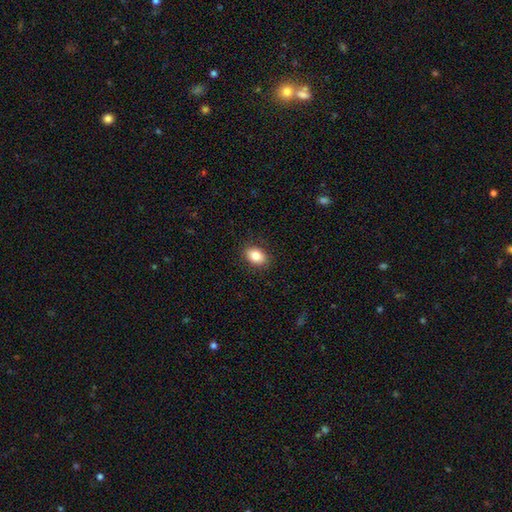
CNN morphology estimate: Smooth or featured? Predicted: smooth (p=0.84). How rounded? Predicted: in between (p=0.80). Merging? Predicted: none (p=0.88).